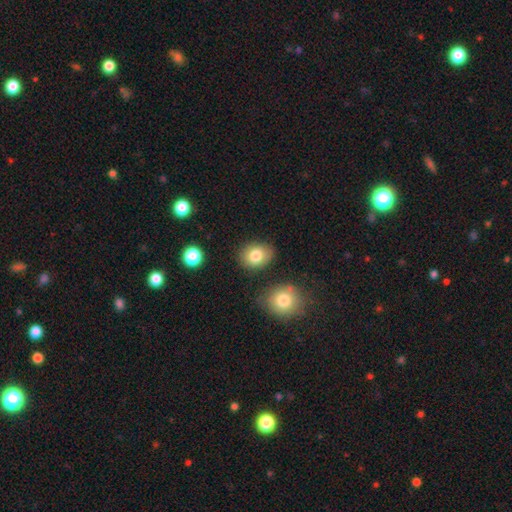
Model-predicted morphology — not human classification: Overall: smooth (81%). How rounded: in between (59%; round 40%). Merging: none (78%).